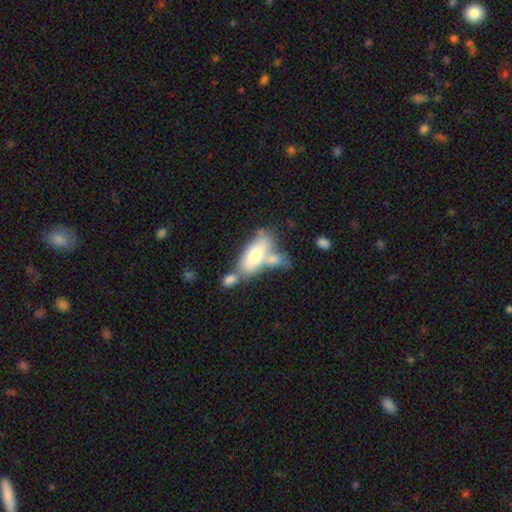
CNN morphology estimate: Smooth or featured: smooth — 65% (featured or disk — 29%)
How rounded: in between — 82% (cigar-shaped — 15%)
Merging: merger — 45% (none — 34%)